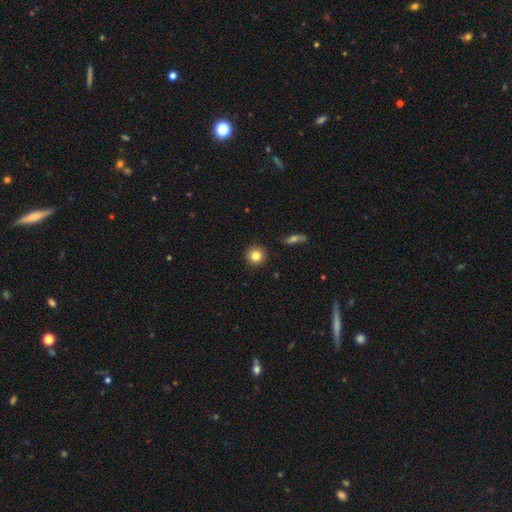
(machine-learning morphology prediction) The model was most divided on "smooth or featured": smooth: 83%, star or artifact: 10%, featured or disk: 7%. More confident: how rounded — round (94%); merging — none (91%).